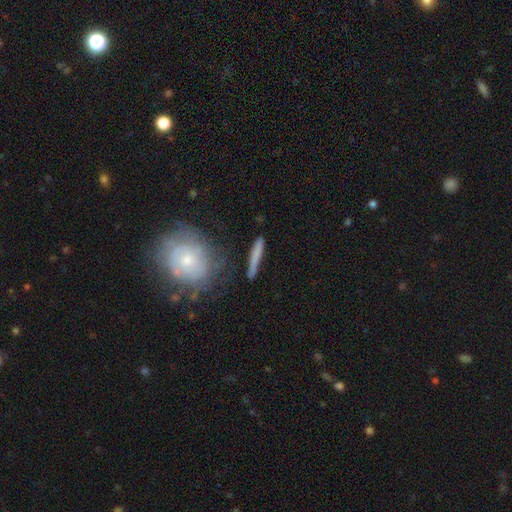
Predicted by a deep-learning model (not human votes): smooth-or-featured: smooth: 58% | featured or disk: 34% | star or artifact: 8%
  how-rounded: cigar-shaped: 87% | in between: 9% | round: 4%
  merging: none: 76% | minor disturbance: 14% | merger: 5% | major disturbance: 4%